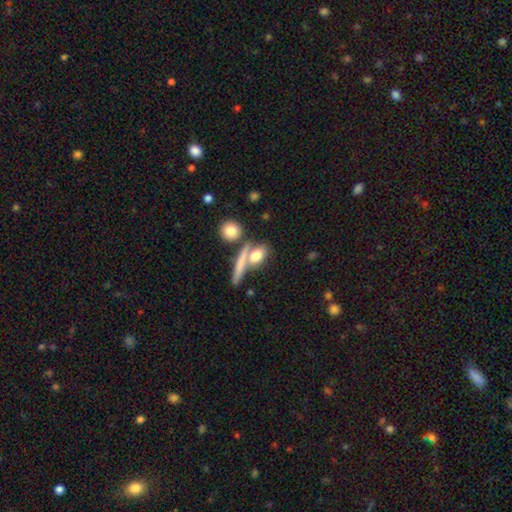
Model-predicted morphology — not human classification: smooth_or_featured: smooth (p=0.73) [alt: featured or disk p=0.18]
how_rounded: in between (p=0.43) [alt: round p=0.30]
merging: none (p=0.55) [alt: merger p=0.27]